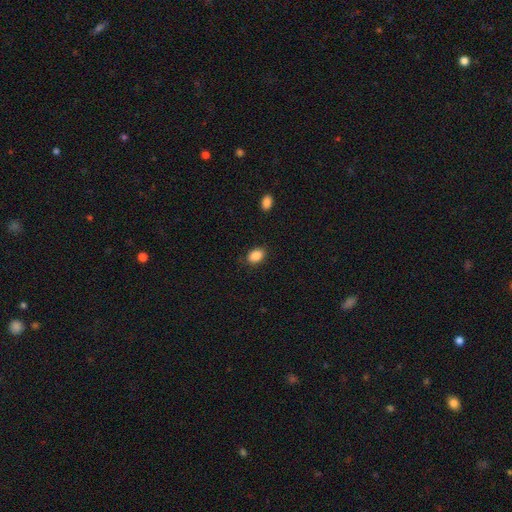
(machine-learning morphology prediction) Smooth or featured? Predicted: smooth (p=0.87). How rounded? Predicted: in between (p=0.81). Merging? Predicted: none (p=0.85).